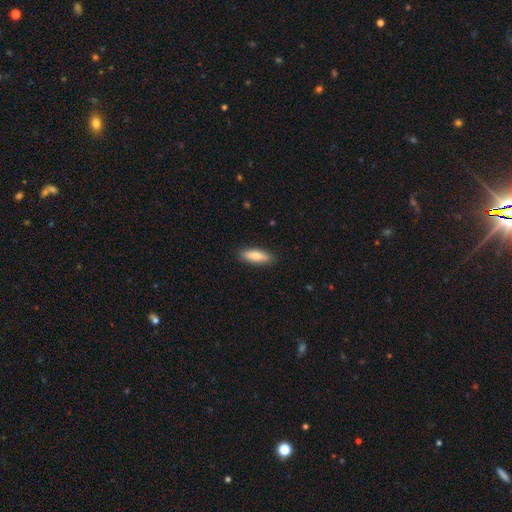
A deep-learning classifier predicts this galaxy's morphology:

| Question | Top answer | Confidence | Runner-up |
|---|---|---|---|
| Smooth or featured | smooth | 83% | featured or disk (12%) |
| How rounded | in between | 51% | cigar-shaped (47%) |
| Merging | none | 87% | minor disturbance (10%) |